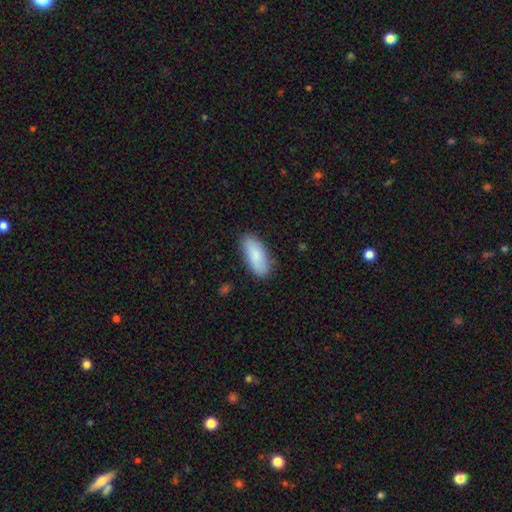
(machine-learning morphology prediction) The model was most divided on "how rounded": in between: 80%, cigar-shaped: 18%, round: 2%. More confident: smooth or featured — smooth (87%); merging — none (84%).